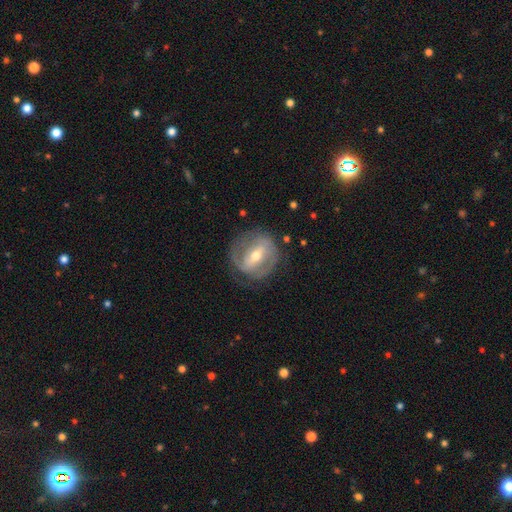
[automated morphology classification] A featured or disk galaxy (81%) with a strong bar (52%), 2 (70%) tight (50%) spiral arms (82%) and a moderate central bulge (63%).

Vote fractions:
- Smooth or featured? featured or disk: 81% / smooth: 14% / star or artifact: 5%
- Edge-on disk? no: 95% / yes: 5%
- Bar? strong: 52% / weak: 35% / no: 14%
- Spiral arms? yes: 82% / no: 18%
- Spiral winding? tight: 50% / medium: 37% / loose: 14%
- Spiral arm count? 2: 70% / can't tell: 16% / 1: 5% / 3: 5% / 4: 2% / more than 4: 1%
- Bulge size? moderate: 63% / small: 32% / large: 3% / none: 1% / dominant: 1%
- Merging? none: 74% / minor disturbance: 16% / major disturbance: 9% / merger: 1%